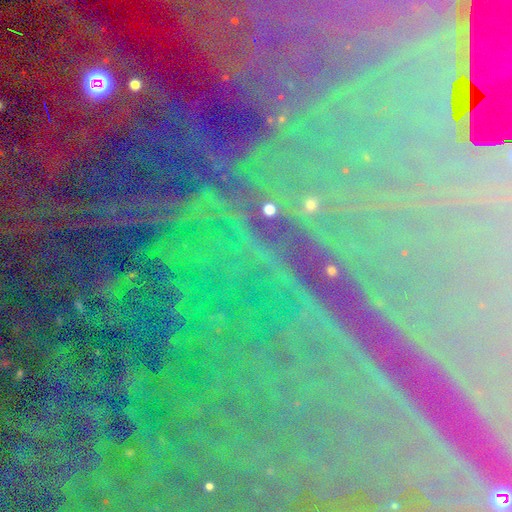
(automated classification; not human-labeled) A star or artifact, not a galaxy (88%).